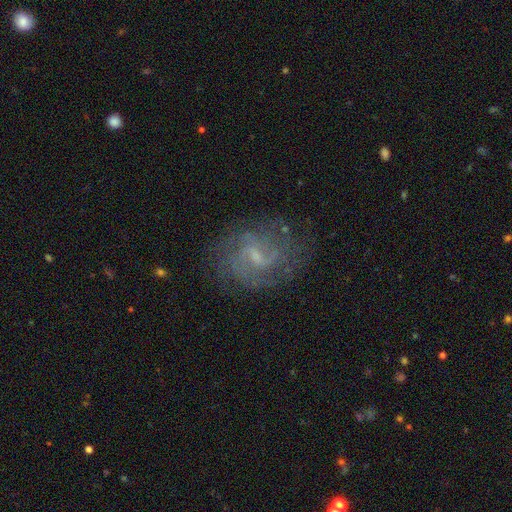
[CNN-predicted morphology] This appears to be a featured or disk galaxy (76%) with a weak bar (61%), 2 (37%) medium (44%) spiral arms (89%) and a small central bulge (58%). Merging: none (73%).